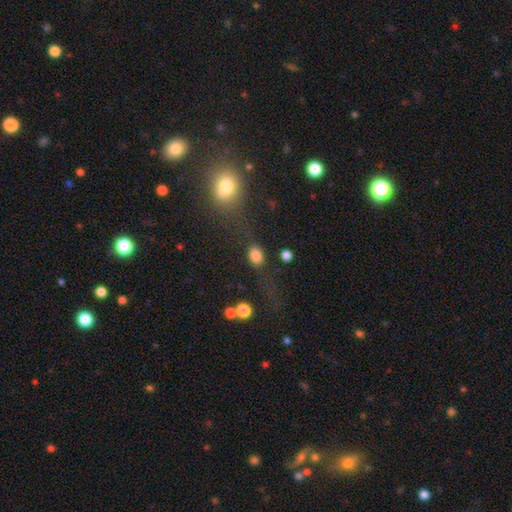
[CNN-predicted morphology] A smooth galaxy with no disk features (82%) that is in between round and cigar-shaped (63%). Merging: none (71%).